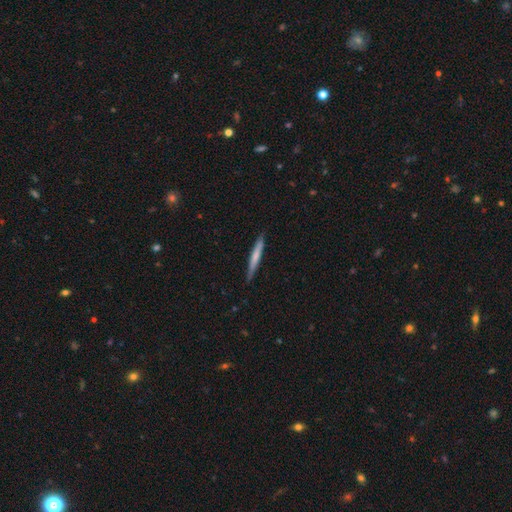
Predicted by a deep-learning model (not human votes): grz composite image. It shows a smooth galaxy with no disk features (61%) that is cigar-shaped (96%). Merging: none (86%).